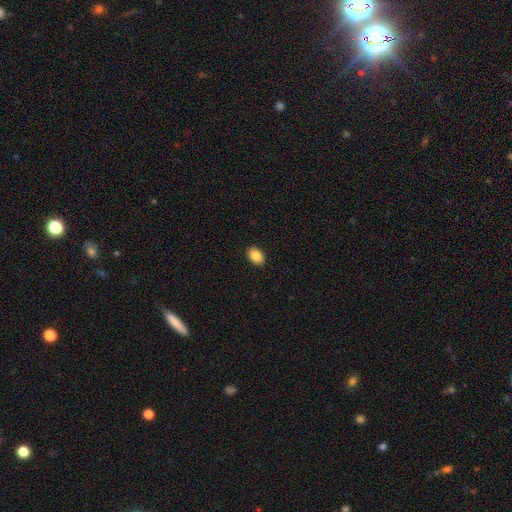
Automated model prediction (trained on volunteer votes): Smooth or featured: smooth — 88% (star or artifact — 8%)
How rounded: in between — 84% (round — 15%)
Merging: none — 90% (minor disturbance — 7%)